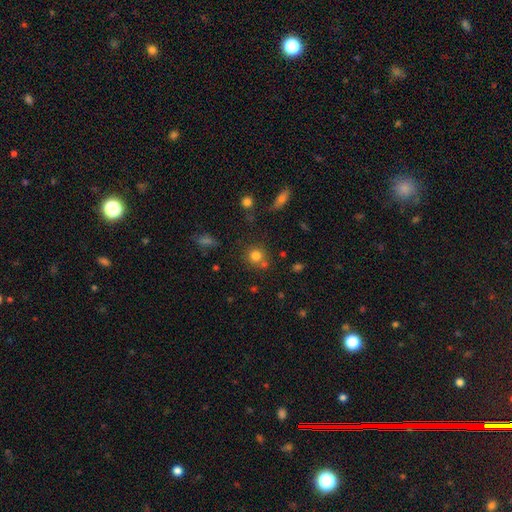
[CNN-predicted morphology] Q: Smooth or featured?
A: smooth (78%); runner-up: star or artifact (14%)
Q: How rounded?
A: round (87%); runner-up: in between (12%)
Q: Merging?
A: none (65%); runner-up: merger (20%)